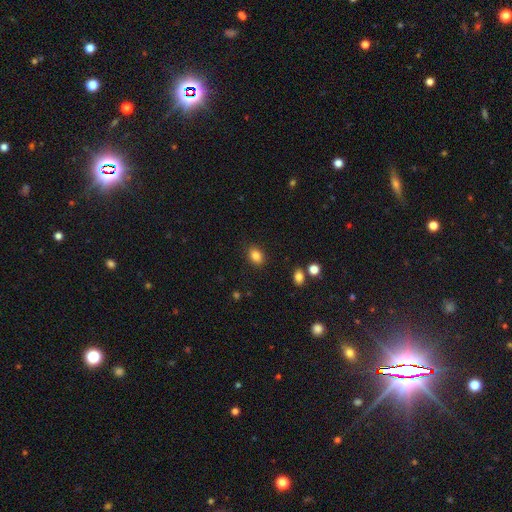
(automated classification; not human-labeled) A smooth galaxy with no disk features (84%) that is in between round and cigar-shaped (61%).

Vote fractions:
- Smooth or featured? smooth: 84% / star or artifact: 10% / featured or disk: 6%
- How rounded? in between: 61% / round: 38% / cigar-shaped: 1%
- Merging? none: 87% / minor disturbance: 9% / major disturbance: 3% / merger: 2%